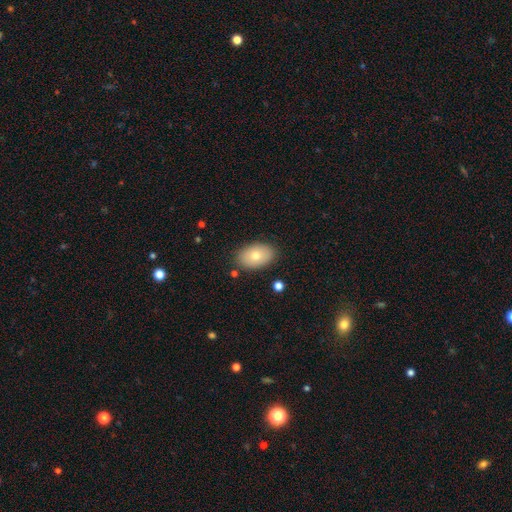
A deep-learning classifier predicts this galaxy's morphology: The model was most divided on "smooth or featured": smooth: 74%, featured or disk: 19%, star or artifact: 8%. More confident: how rounded — in between (89%); merging — none (86%).